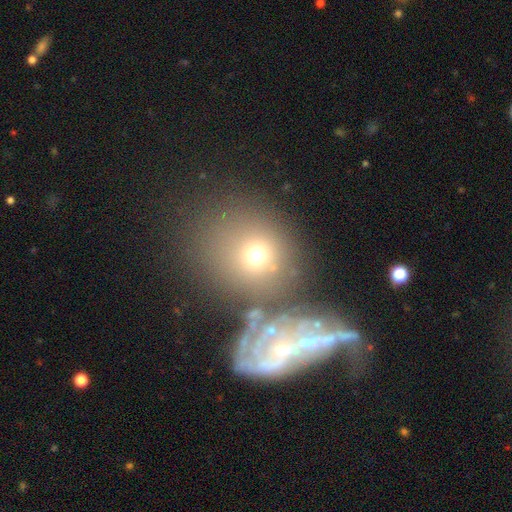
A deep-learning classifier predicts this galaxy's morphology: This appears to be a smooth galaxy with no disk features (63%) that is round (67%). Merging: none (51%).